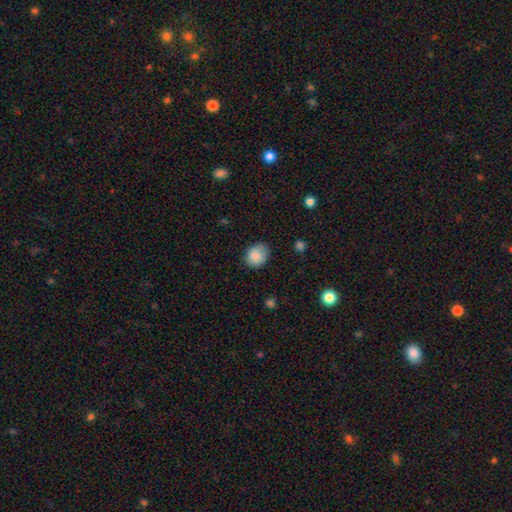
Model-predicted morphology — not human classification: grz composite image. It shows a smooth galaxy with no disk features (86%) that is round (55%). Merging: none (74%).